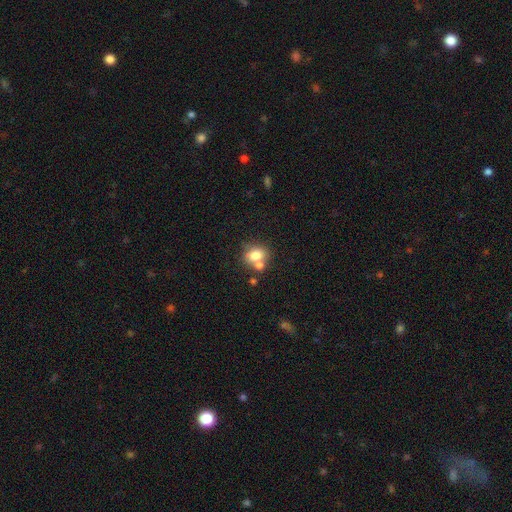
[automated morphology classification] smooth_or_featured: smooth (p=0.75) [alt: featured or disk p=0.14]
how_rounded: round (p=0.54) [alt: in between p=0.44]
merging: none (p=0.49) [alt: merger p=0.34]